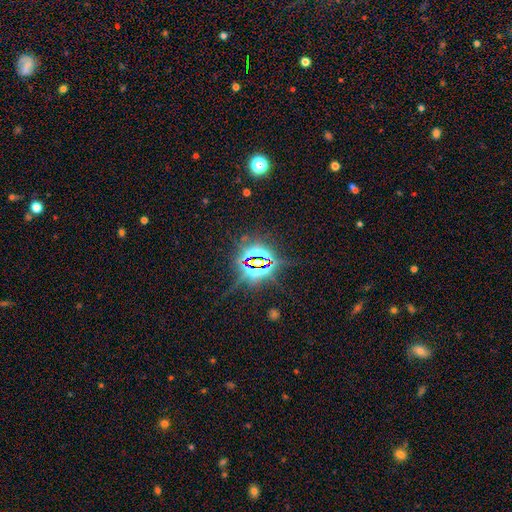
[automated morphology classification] Smooth or featured? star or artifact (85%)